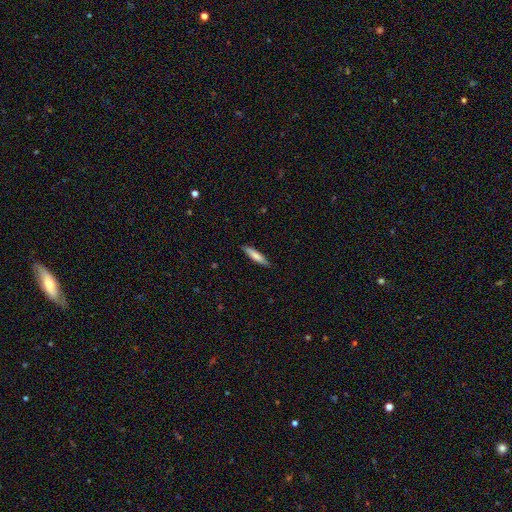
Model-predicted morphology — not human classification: A smooth galaxy with no disk features (77%) that is cigar-shaped (82%).

Vote fractions:
- Smooth or featured? smooth: 77% / featured or disk: 18% / star or artifact: 6%
- How rounded? cigar-shaped: 82% / in between: 17% / round: 1%
- Merging? none: 87% / minor disturbance: 10% / major disturbance: 2% / merger: 1%